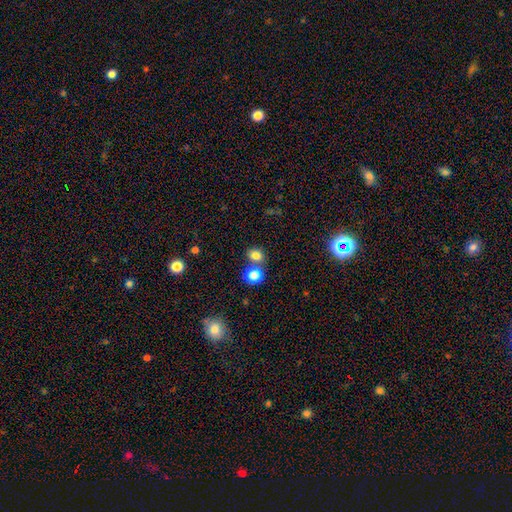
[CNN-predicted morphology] A smooth galaxy with no disk features (80%) that is round (65%).

Vote fractions:
- Smooth or featured? smooth: 80% / star or artifact: 14% / featured or disk: 6%
- How rounded? round: 65% / in between: 34% / cigar-shaped: 1%
- Merging? none: 59% / merger: 29% / minor disturbance: 9% / major disturbance: 3%